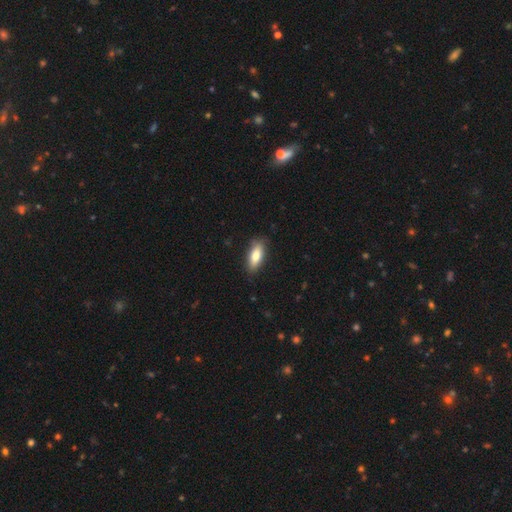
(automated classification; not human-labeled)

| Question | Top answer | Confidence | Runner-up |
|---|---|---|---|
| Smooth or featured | smooth | 80% | featured or disk (14%) |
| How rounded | in between | 74% | cigar-shaped (24%) |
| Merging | none | 83% | minor disturbance (13%) |